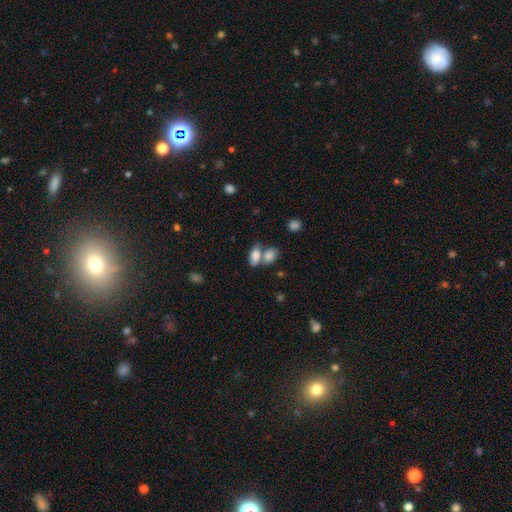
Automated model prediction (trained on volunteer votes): Morphology: type=smooth (81%); roundness=in between (89%); merging=merger (53%).